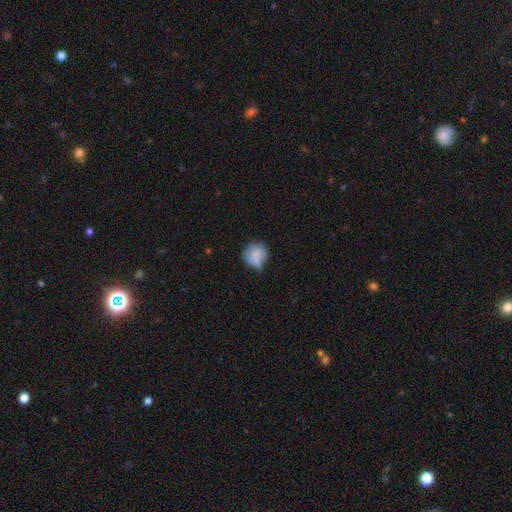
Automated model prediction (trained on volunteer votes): Overall: smooth (71%). How rounded: round (78%). Merging: none (47%; minor disturbance 33%).